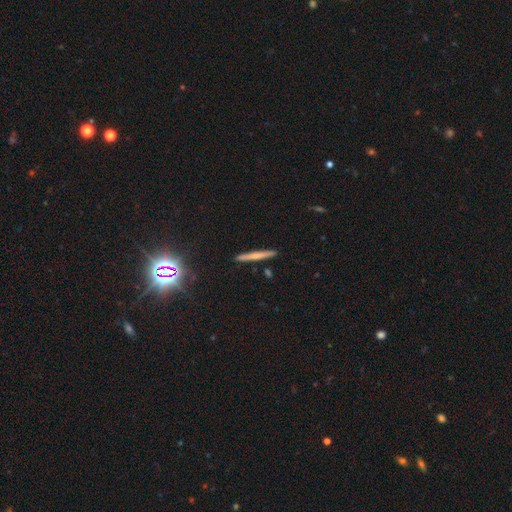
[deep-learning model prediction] Smooth or featured? Predicted: smooth (p=0.48). Merging? Predicted: none (p=0.90).